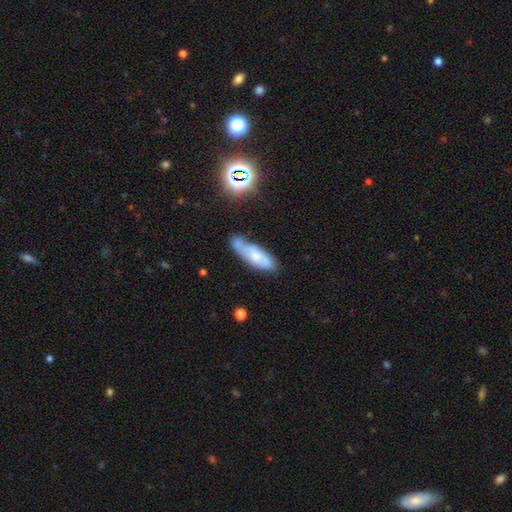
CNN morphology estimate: smooth-or-featured: smooth: 50% | featured or disk: 40% | star or artifact: 10%
  how-rounded: in between: 57% | cigar-shaped: 40% | round: 3%
  merging: none: 51% | minor disturbance: 28% | merger: 12% | major disturbance: 10%